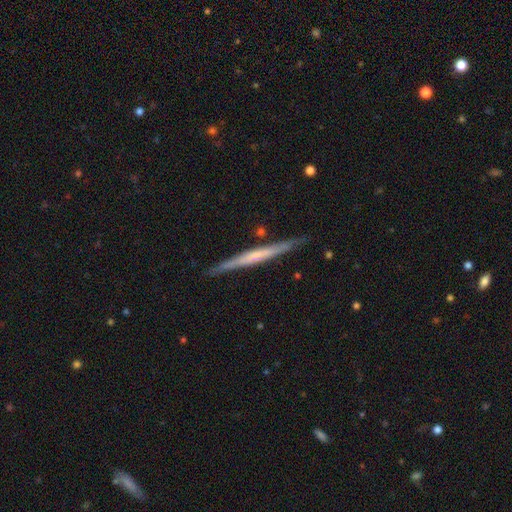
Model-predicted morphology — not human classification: This is likely a featured or disk galaxy (64%). It is clearly viewed edge-on (98%). Edge-on bulge: likely none (65%). Merging: clearly none (87%).